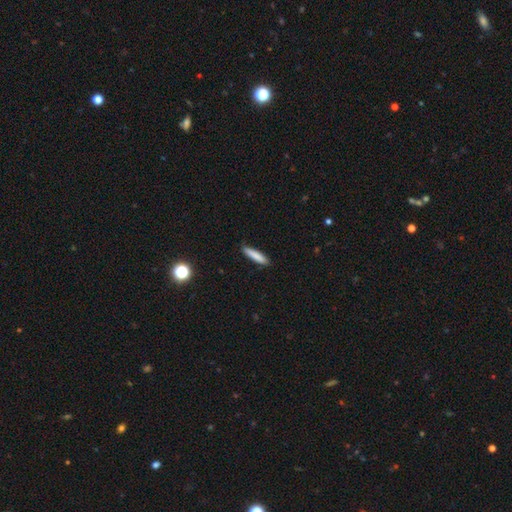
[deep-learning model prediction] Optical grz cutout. It shows a smooth galaxy with no disk features (83%) that is cigar-shaped (87%). Merging: none (89%).